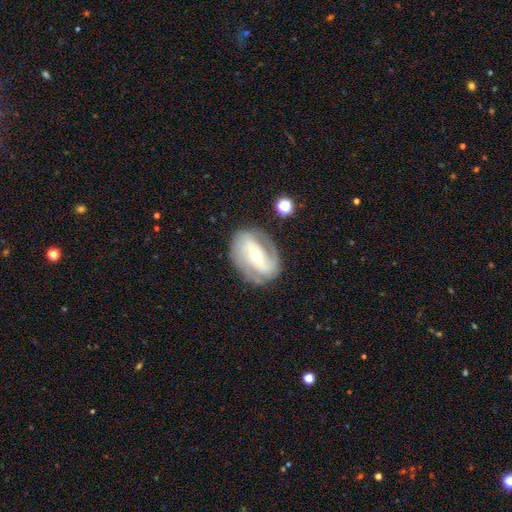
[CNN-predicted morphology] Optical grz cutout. It shows a featured or disk galaxy (84%) with a strong bar (51%), 2 (68%) tight (47%) spiral arms (93%) and a moderate central bulge (55%). Merging: none (77%).